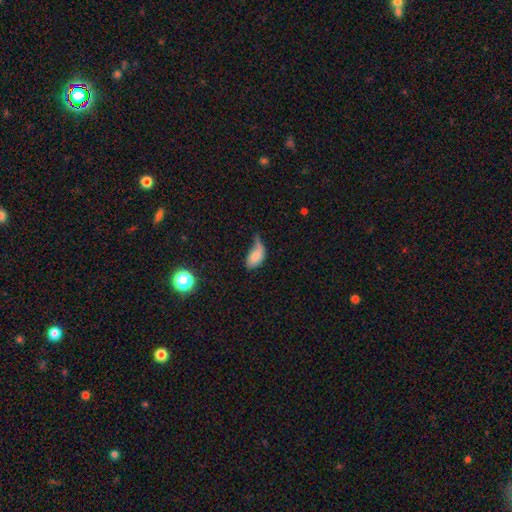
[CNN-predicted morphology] Overall: smooth (70%). How rounded: in between (90%). Merging: major disturbance (39%; minor disturbance 32%).